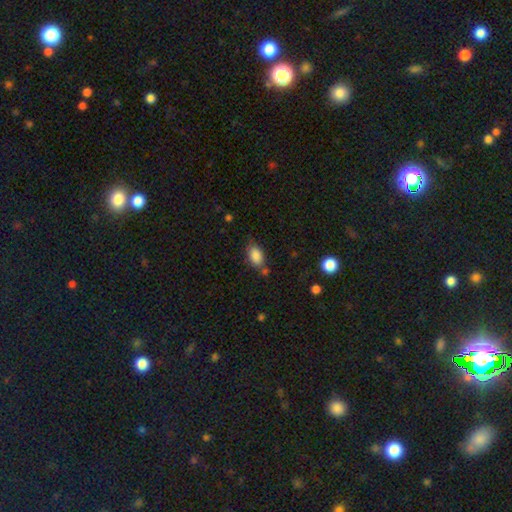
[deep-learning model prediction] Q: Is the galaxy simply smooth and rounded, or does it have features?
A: smooth — 86%.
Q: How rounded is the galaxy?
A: in between — 89%.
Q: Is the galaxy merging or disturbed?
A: none — 64%.